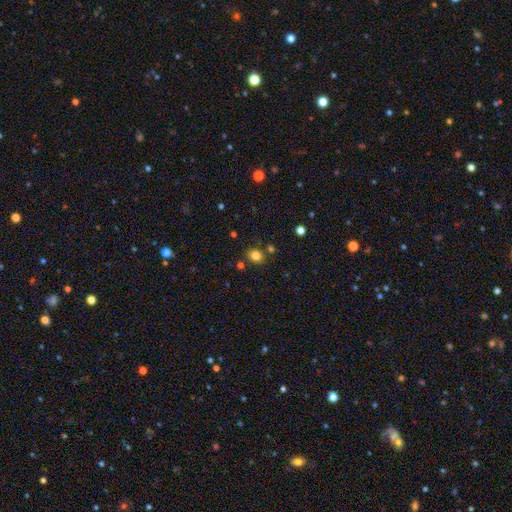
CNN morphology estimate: Smooth or featured? Predicted: smooth (p=0.81). How rounded? Predicted: round (p=0.61). Merging? Predicted: none (p=0.81).